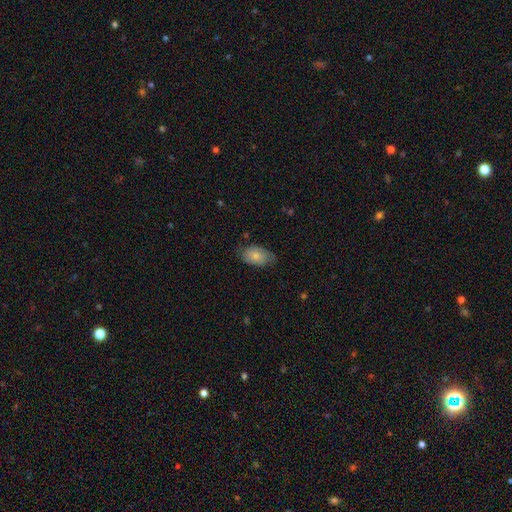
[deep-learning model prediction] smooth_or_featured: smooth (p=0.75) [alt: featured or disk p=0.19]
how_rounded: in between (p=0.92) [alt: round p=0.07]
merging: none (p=0.66) [alt: minor disturbance p=0.27]